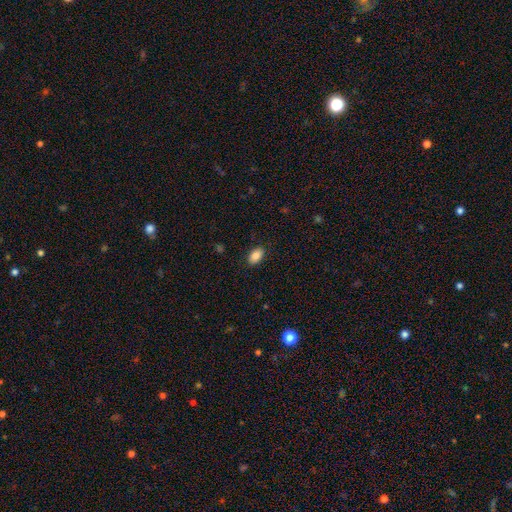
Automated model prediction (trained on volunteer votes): smooth-or-featured: smooth: 85% | star or artifact: 8% | featured or disk: 7%
  how-rounded: in between: 91% | round: 7% | cigar-shaped: 2%
  merging: none: 88% | minor disturbance: 9% | major disturbance: 2% | merger: 1%